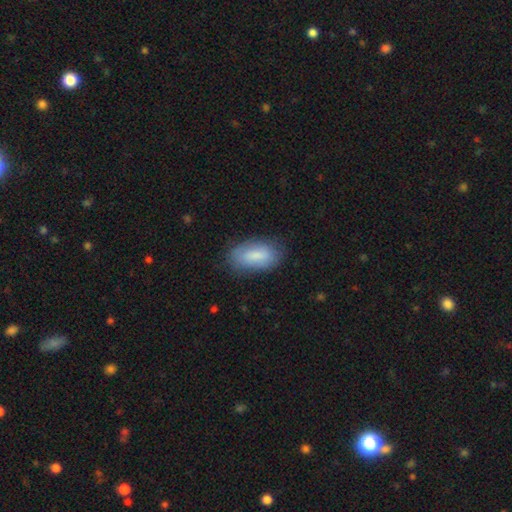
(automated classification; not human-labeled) Overall: smooth (79%). How rounded: in between (90%). Merging: none (79%).